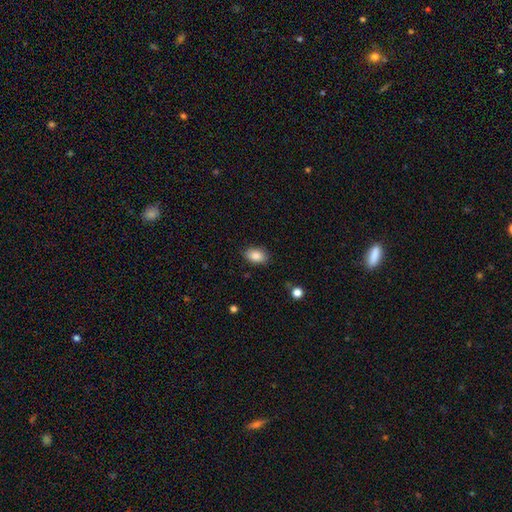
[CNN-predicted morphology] Smooth or featured? smooth (87%)
How rounded? in between (85%)
Merging? none (85%)